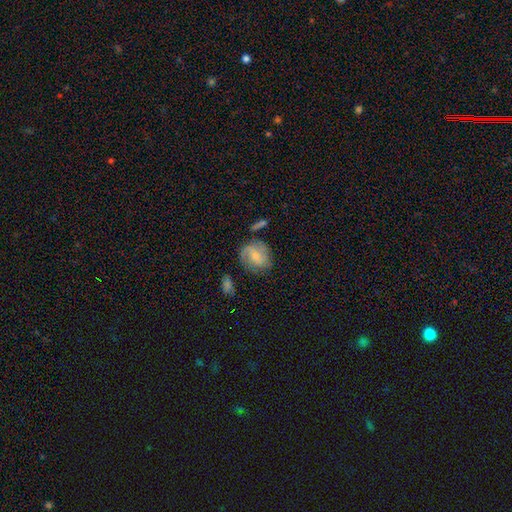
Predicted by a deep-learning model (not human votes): Smooth or featured? Predicted: smooth (p=0.48). Merging? Predicted: none (p=0.62).